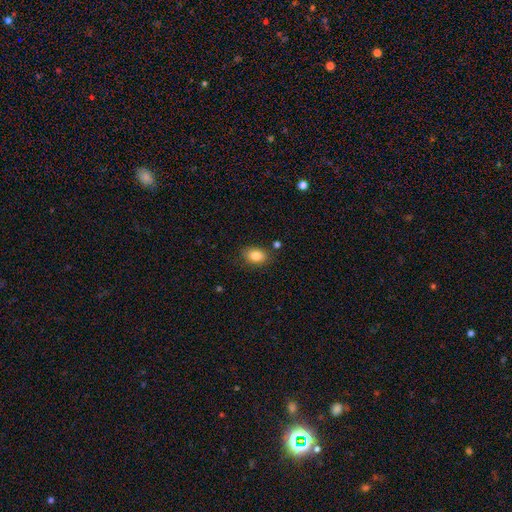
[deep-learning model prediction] smooth 85%, star or artifact 9%, featured or disk 6%. Down the decision tree: how rounded — in between (80%); merging — none (80%).